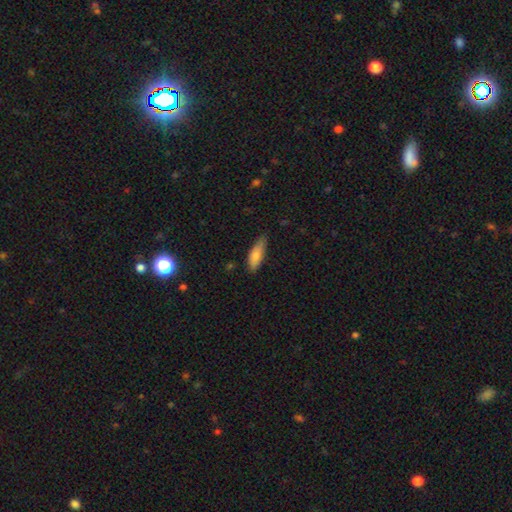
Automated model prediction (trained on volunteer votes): This appears to be a smooth galaxy with no disk features (79%) that is in between round and cigar-shaped (51%). Merging: none (65%).